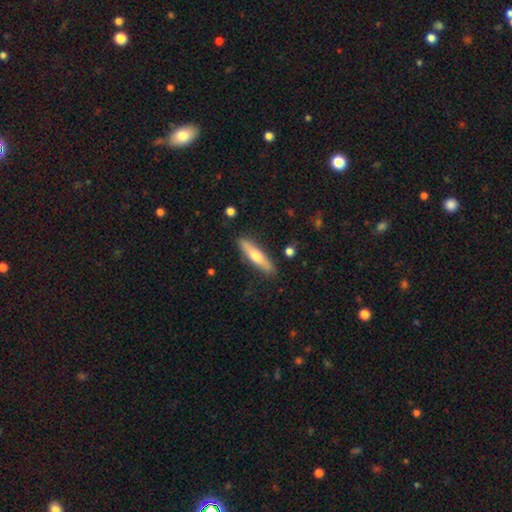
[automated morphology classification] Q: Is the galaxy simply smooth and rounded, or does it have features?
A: smooth — 52%.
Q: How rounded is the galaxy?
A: cigar-shaped — 78%.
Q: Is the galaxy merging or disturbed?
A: none — 87%.